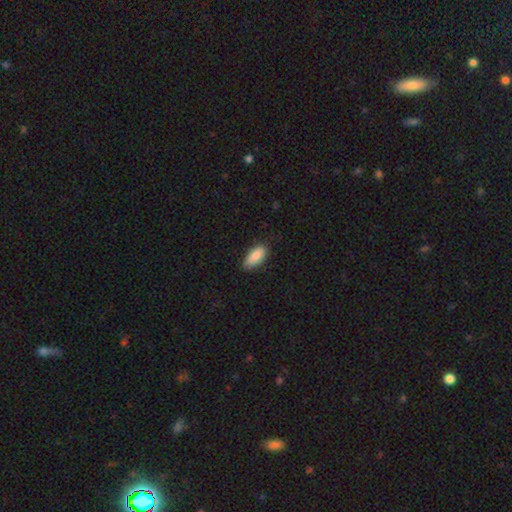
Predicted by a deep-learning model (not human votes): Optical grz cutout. It shows a smooth galaxy with no disk features (88%) that is in between round and cigar-shaped (85%). Merging: none (79%).